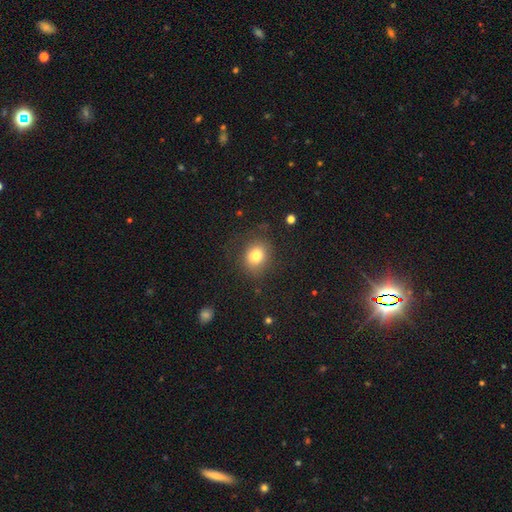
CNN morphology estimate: This is likely a smooth galaxy (79%). How rounded: likely round (66%). Merging: likely none (78%).